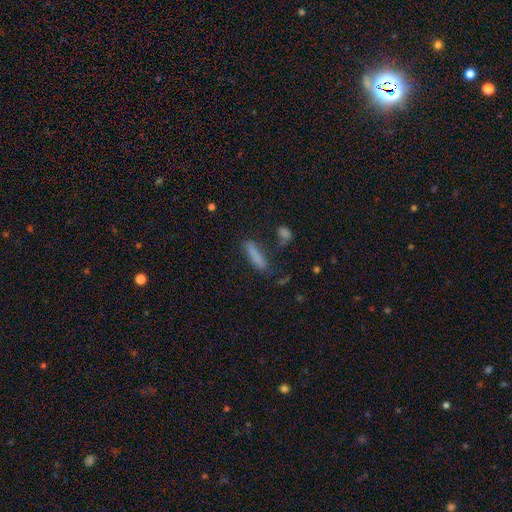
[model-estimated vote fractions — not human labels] smooth-or-featured: smooth: 78% | featured or disk: 13% | star or artifact: 9%
  how-rounded: cigar-shaped: 81% | in between: 17% | round: 2%
  merging: none: 71% | minor disturbance: 16% | merger: 6% | major disturbance: 6%